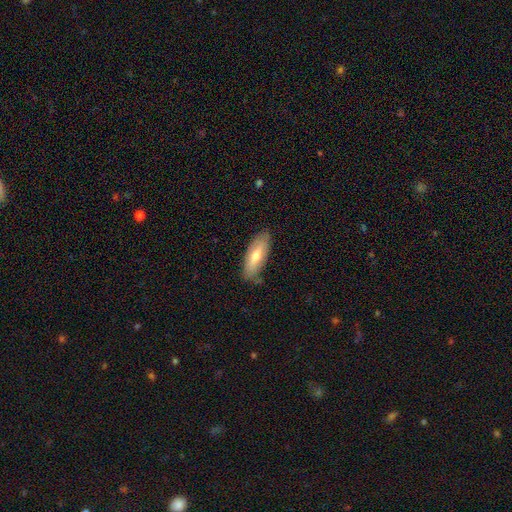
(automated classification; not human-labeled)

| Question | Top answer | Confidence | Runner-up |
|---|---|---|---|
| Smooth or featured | smooth | 60% | featured or disk (34%) |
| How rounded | in between | 71% | cigar-shaped (27%) |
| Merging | none | 81% | minor disturbance (15%) |